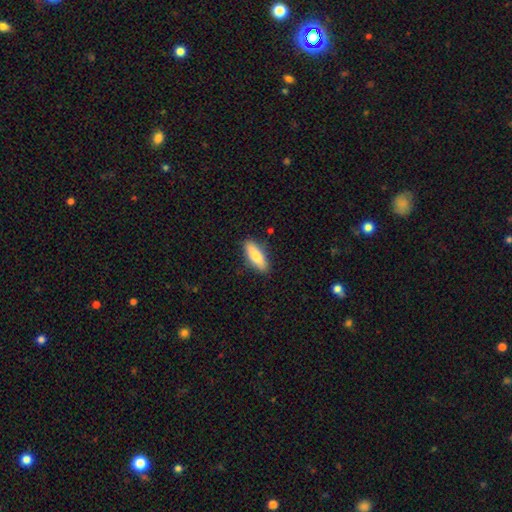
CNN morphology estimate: This appears to be a smooth galaxy with no disk features (81%) that is in between round and cigar-shaped (57%). Merging: none (85%).